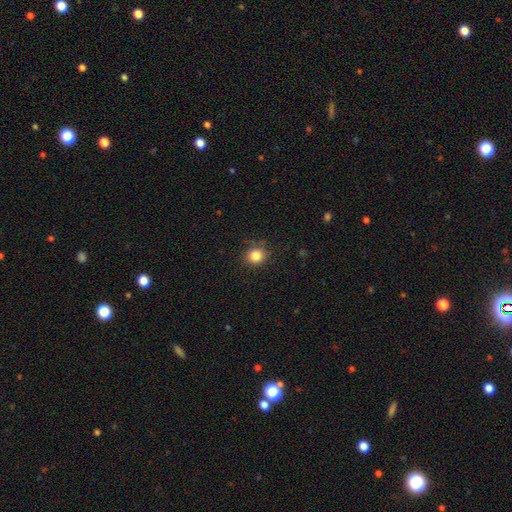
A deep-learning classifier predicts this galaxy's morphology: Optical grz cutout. It shows a smooth galaxy with no disk features (84%) that is round (85%). Merging: none (81%).